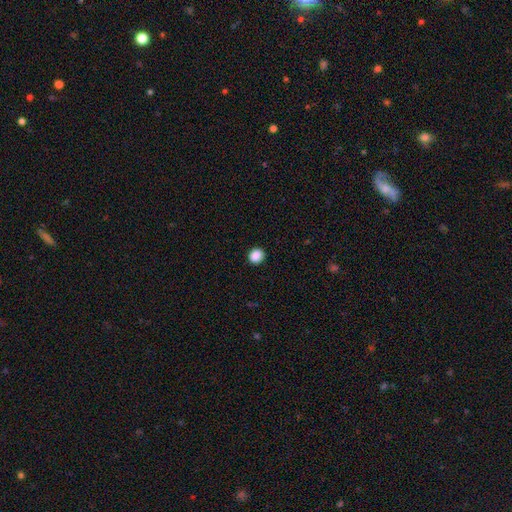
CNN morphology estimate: Q: Smooth or featured?
A: smooth (88%); runner-up: star or artifact (9%)
Q: How rounded?
A: round (76%); runner-up: in between (23%)
Q: Merging?
A: none (89%); runner-up: minor disturbance (8%)